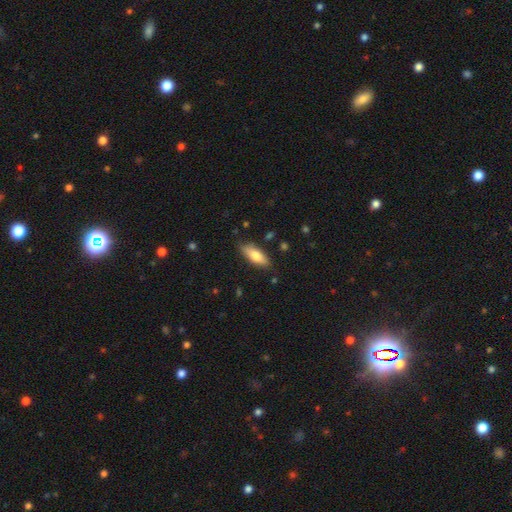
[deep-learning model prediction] The model was most divided on "how rounded": in between: 70%, cigar-shaped: 28%, round: 2%. More confident: merging — none (81%); smooth or featured — smooth (75%).